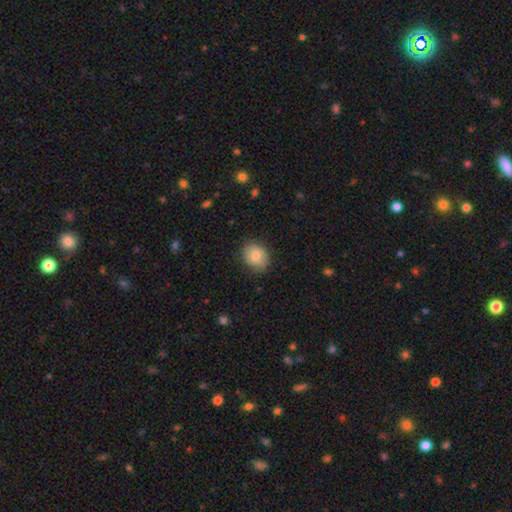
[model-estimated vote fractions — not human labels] smooth 81%, featured or disk 11%, star or artifact 8%. Down the decision tree: how rounded — round (53%); merging — none (82%).